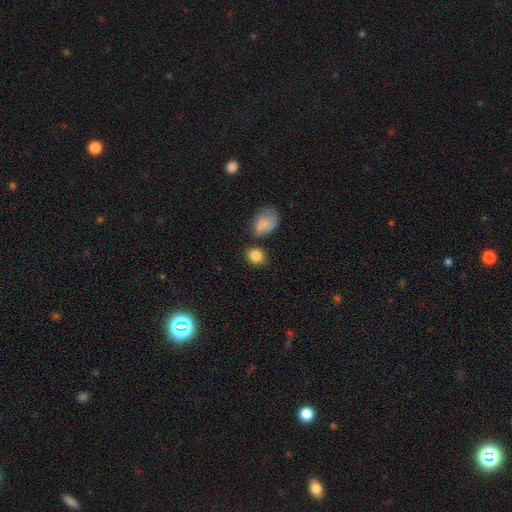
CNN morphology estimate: This appears to be a smooth galaxy with no disk features (85%) that is round (56%). Merging: none (72%).